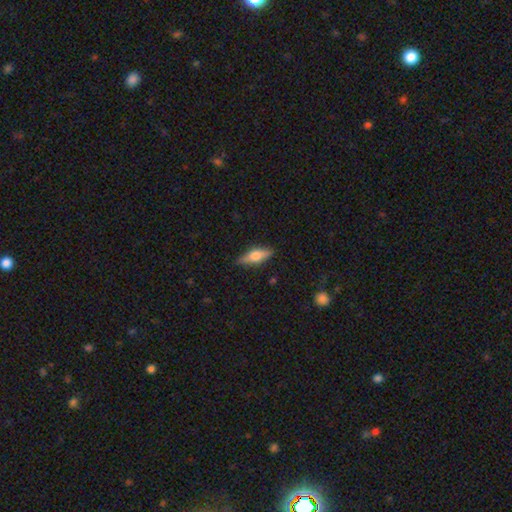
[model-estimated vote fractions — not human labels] The model was most divided on "smooth or featured": smooth: 47%, featured or disk: 46%, star or artifact: 7%. More confident: merging — none (86%).